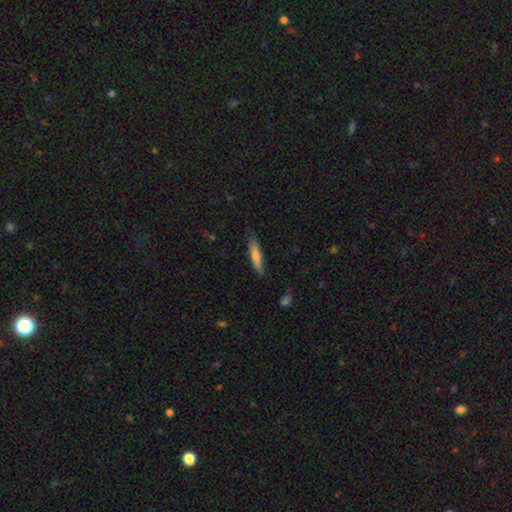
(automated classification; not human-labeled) This is likely a smooth galaxy (65%). How rounded: clearly cigar-shaped (85%). Merging: clearly none (84%).